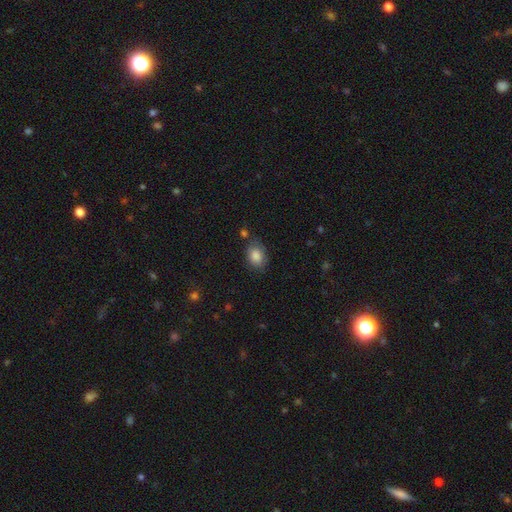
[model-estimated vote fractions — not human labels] Q: Smooth or featured?
A: smooth (85%); runner-up: star or artifact (8%)
Q: How rounded?
A: in between (70%); runner-up: round (29%)
Q: Merging?
A: none (71%); runner-up: minor disturbance (19%)